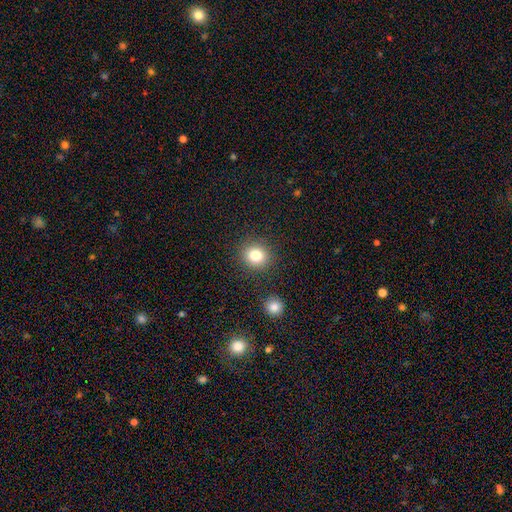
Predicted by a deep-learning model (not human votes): Overall: smooth (81%). How rounded: round (86%). Merging: none (87%).